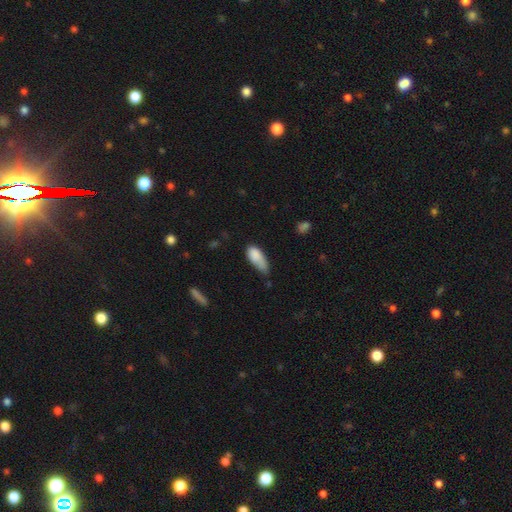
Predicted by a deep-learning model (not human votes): Smooth or featured: smooth — 82% (featured or disk — 10%)
How rounded: in between — 84% (cigar-shaped — 13%)
Merging: minor disturbance — 46% (none — 31%)